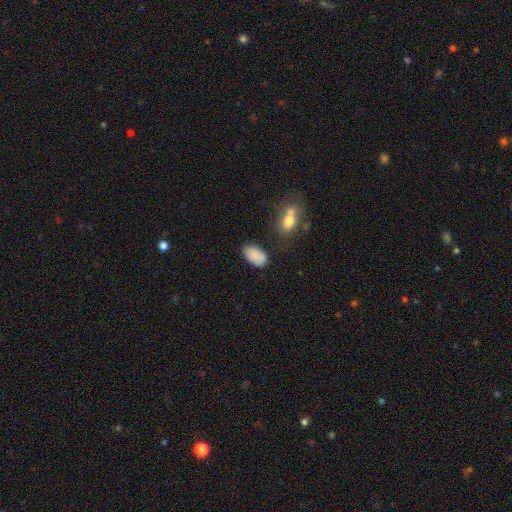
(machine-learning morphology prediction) Q: Smooth or featured?
A: smooth (85%); runner-up: star or artifact (8%)
Q: How rounded?
A: in between (94%); runner-up: round (5%)
Q: Merging?
A: none (70%); runner-up: minor disturbance (20%)